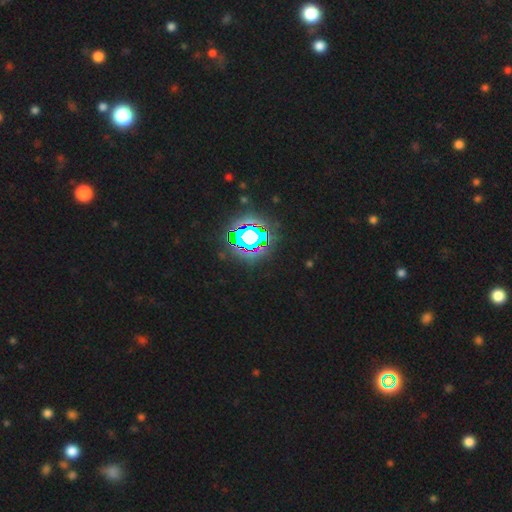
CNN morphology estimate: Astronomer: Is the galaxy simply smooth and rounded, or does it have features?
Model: star or artifact — 82%.